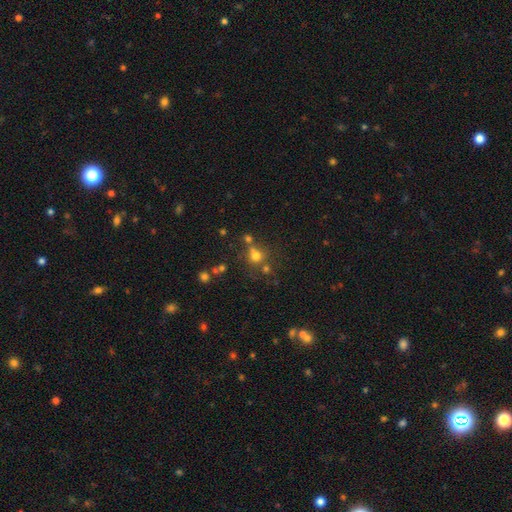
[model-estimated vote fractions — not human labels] A smooth galaxy with no disk features (67%) that is round (87%).

Vote fractions:
- Smooth or featured? smooth: 67% / star or artifact: 22% / featured or disk: 12%
- How rounded? round: 87% / in between: 12% / cigar-shaped: 1%
- Merging? none: 60% / merger: 25% / minor disturbance: 10% / major disturbance: 5%